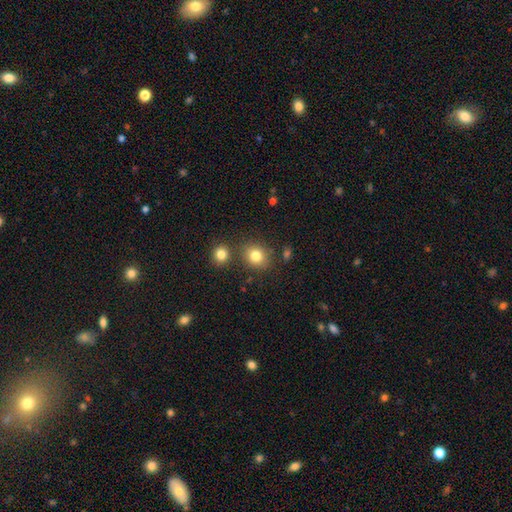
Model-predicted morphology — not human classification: smooth-or-featured: smooth: 81% | star or artifact: 11% | featured or disk: 7%
  how-rounded: round: 71% | in between: 28% | cigar-shaped: 1%
  merging: none: 76% | merger: 11% | minor disturbance: 10% | major disturbance: 3%